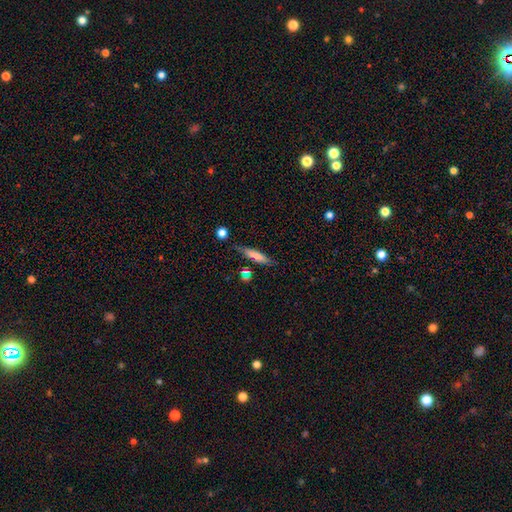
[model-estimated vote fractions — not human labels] Overall: smooth (74%). How rounded: cigar-shaped (82%). Merging: none (74%).